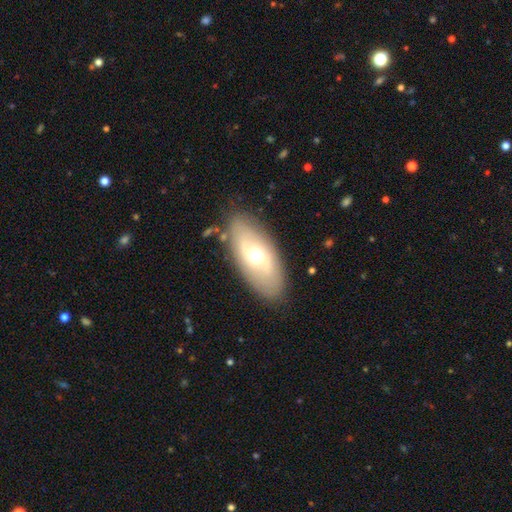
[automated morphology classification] featured or disk 47% (tied), smooth 47% (tied), star or artifact 7%. Down the decision tree: merging — none (83%).